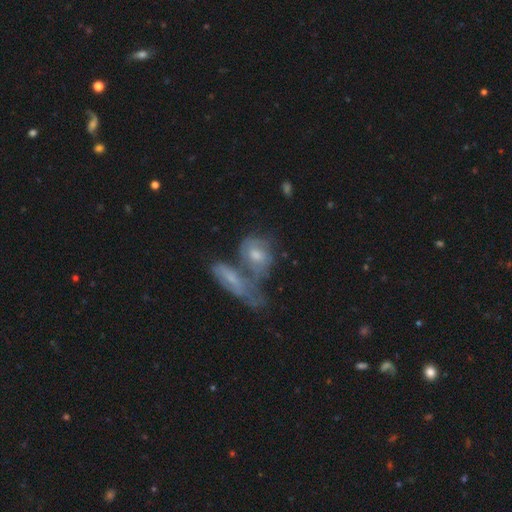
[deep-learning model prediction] Overall: featured or disk (50%; smooth 41%). Merging: merger (54%; none 24%).